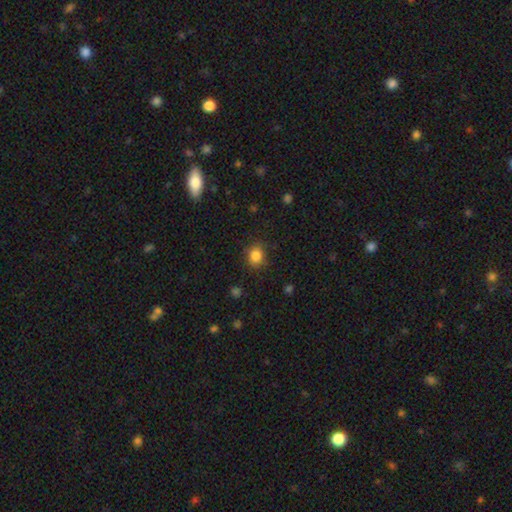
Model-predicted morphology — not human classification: Smooth or featured?
  - smooth: 85% *
  - star or artifact: 11%
  - featured or disk: 4%
How rounded?
  - round: 65% *
  - in between: 34%
  - cigar-shaped: 1%
Merging?
  - none: 84% *
  - minor disturbance: 12%
  - major disturbance: 4%
  - merger: 1%